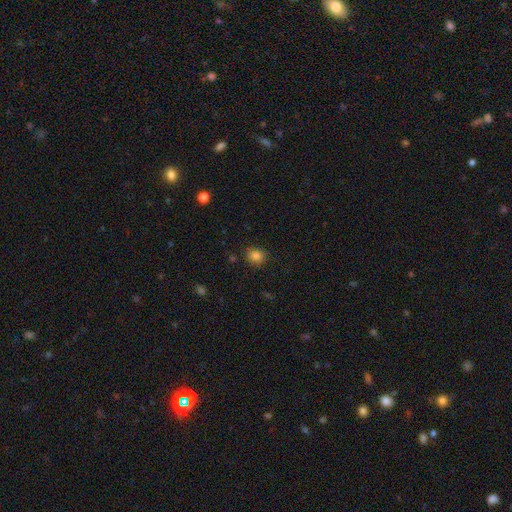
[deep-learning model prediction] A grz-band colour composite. It shows a smooth galaxy with no disk features (83%) that is round (73%). Merging: none (85%).